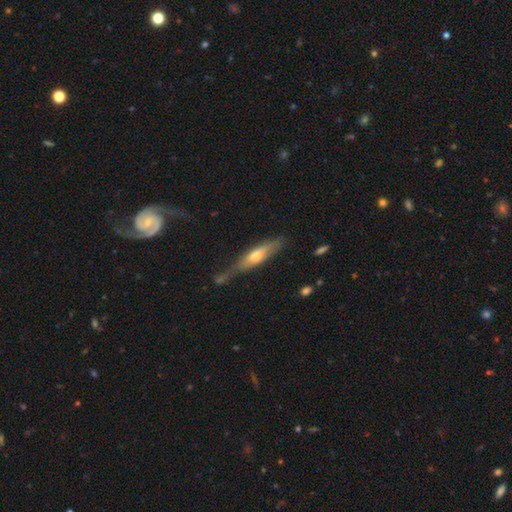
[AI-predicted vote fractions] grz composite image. It shows a smooth galaxy with no disk features (48%). Merging: none (52%).